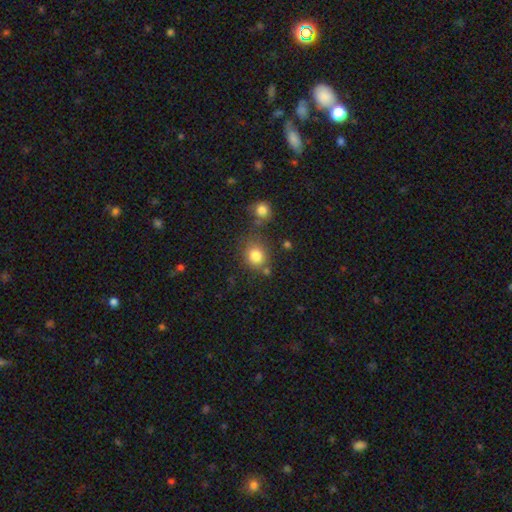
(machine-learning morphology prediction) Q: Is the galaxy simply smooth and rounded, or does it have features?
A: smooth — 82%.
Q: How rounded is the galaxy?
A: round — 80%.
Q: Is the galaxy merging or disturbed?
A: none — 69%.